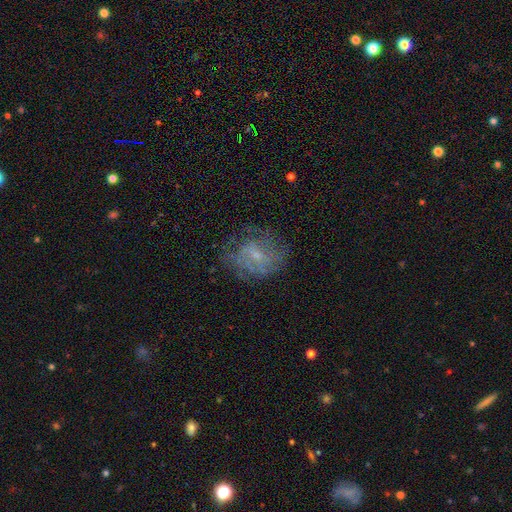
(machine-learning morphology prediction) smooth_or_featured: featured or disk (p=0.62) [alt: smooth p=0.26]
disk_edge_on: no (p=0.97) [alt: yes p=0.03]
bar: no (p=0.50) [alt: weak p=0.43]
has_spiral_arms: yes (p=0.68) [alt: no p=0.32]
bulge_size: small (p=0.64) [alt: moderate p=0.22]
merging: none (p=0.60) [alt: minor disturbance p=0.21]